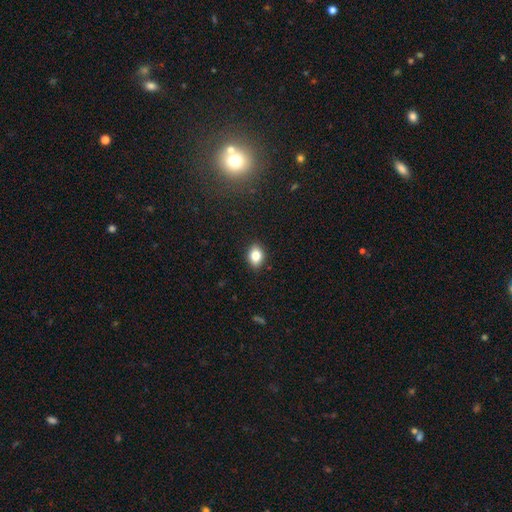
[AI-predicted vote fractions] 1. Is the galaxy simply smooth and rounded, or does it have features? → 81% smooth, 10% star or artifact, 9% featured or disk.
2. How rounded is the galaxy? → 72% in between, 27% round, 2% cigar-shaped.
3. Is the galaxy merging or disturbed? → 88% none, 9% minor disturbance, 2% major disturbance, 1% merger.